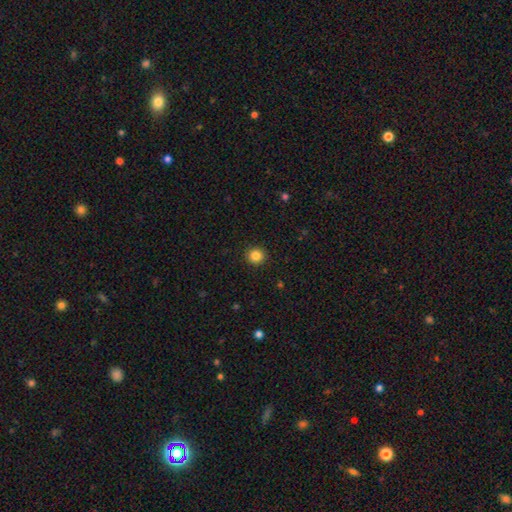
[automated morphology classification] Overall: smooth (85%). How rounded: round (92%). Merging: none (93%).